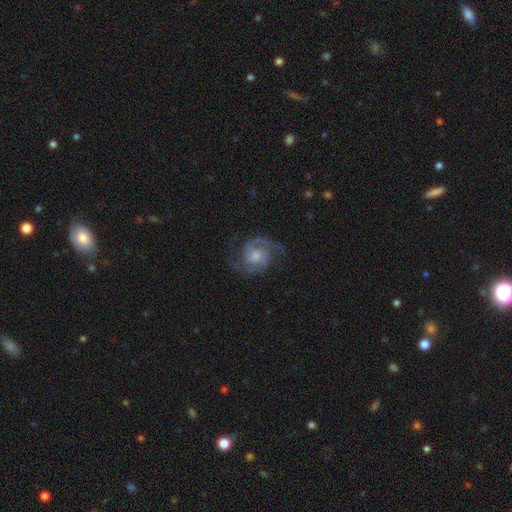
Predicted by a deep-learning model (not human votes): Smooth or featured?
  - featured or disk: 85% *
  - smooth: 10%
  - star or artifact: 6%
Edge-on disk?
  - no: 98% *
  - yes: 2%
Bar?
  - no: 66% *
  - weak: 30%
  - strong: 4%
Spiral arms?
  - yes: 96% *
  - no: 4%
Spiral winding?
  - medium: 52% *
  - tight: 29%
  - loose: 19%
Spiral arm count?
  - 2: 82% *
  - can't tell: 6%
  - 3: 6%
  - 1: 3%
  - 4: 2%
  - more than 4: 2%
Bulge size?
  - moderate: 51% *
  - small: 30%
  - large: 10%
  - none: 7%
  - dominant: 2%
Merging?
  - none: 70% *
  - minor disturbance: 17%
  - major disturbance: 12%
  - merger: 1%